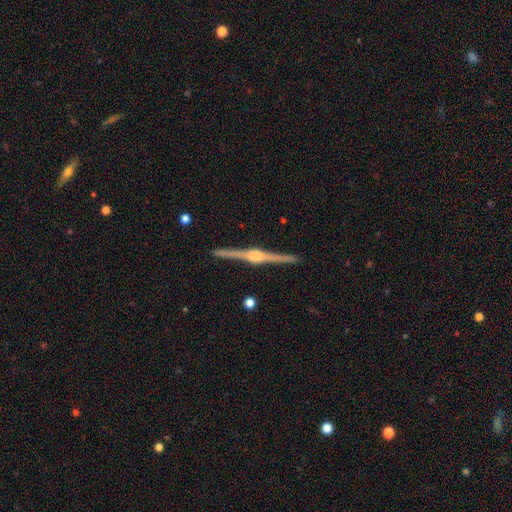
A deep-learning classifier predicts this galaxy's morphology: Smooth or featured? featured or disk (89%)
Edge-on disk? yes (99%)
Edge-on bulge? rounded (88%)
Merging? none (92%)